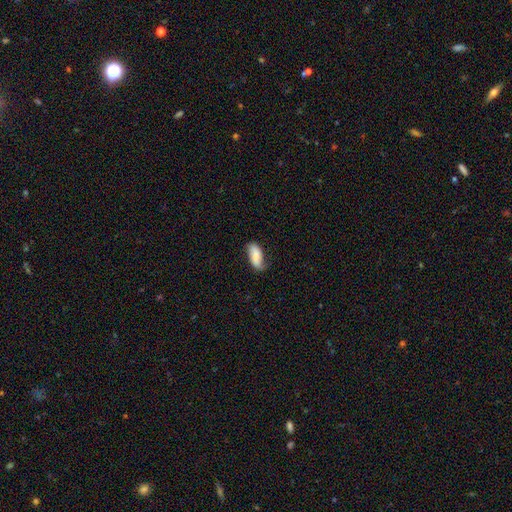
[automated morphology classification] A smooth galaxy with no disk features (69%) that is in between round and cigar-shaped (88%). Merging: none (59%).